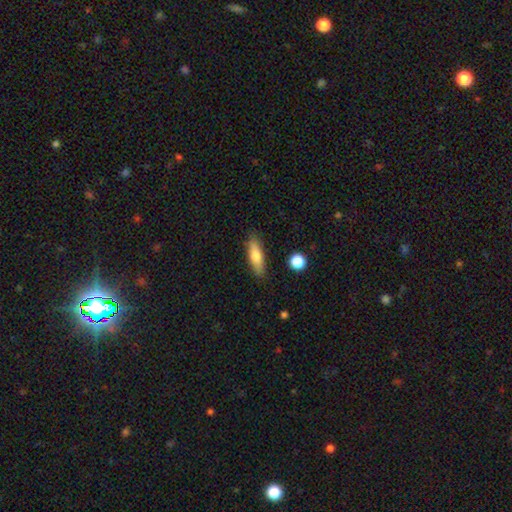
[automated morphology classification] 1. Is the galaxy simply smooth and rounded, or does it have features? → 73% smooth, 20% featured or disk, 7% star or artifact.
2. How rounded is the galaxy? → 53% cigar-shaped, 44% in between, 3% round.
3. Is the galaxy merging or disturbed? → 85% none, 11% minor disturbance, 2% major disturbance, 2% merger.